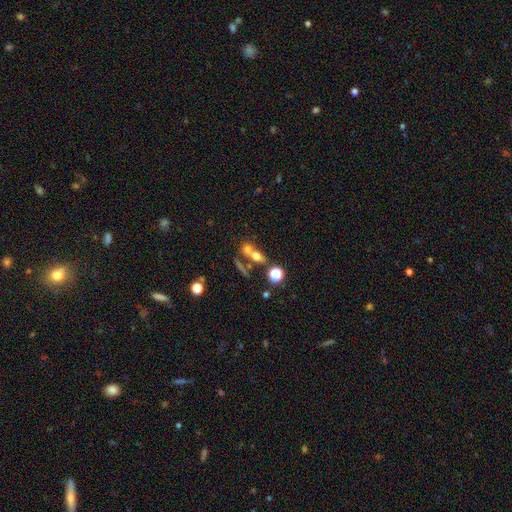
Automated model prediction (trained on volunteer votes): Overall: smooth (61%; featured or disk 24%). How rounded: in between (50%; round 38%). Merging: merger (49%; none 36%).